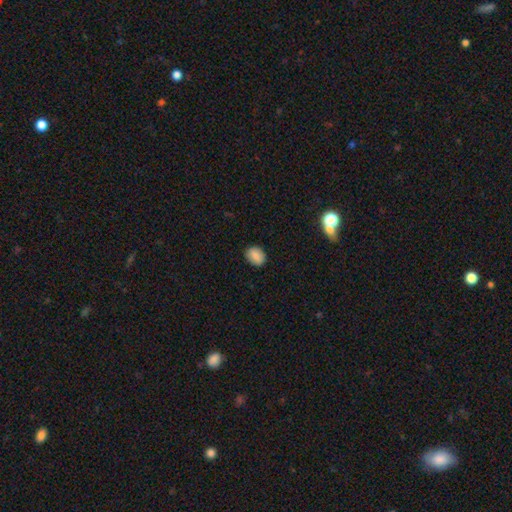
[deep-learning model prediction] Morphology: type=smooth (85%); roundness=in between (56%); merging=none (88%).